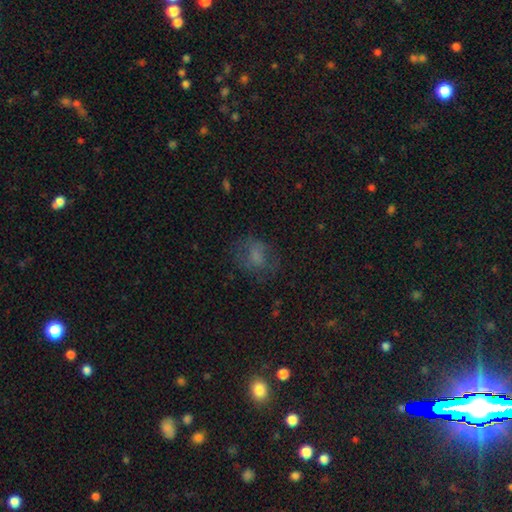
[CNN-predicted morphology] Smooth or featured? smooth (57%)
How rounded? round (50%)
Merging? none (59%)